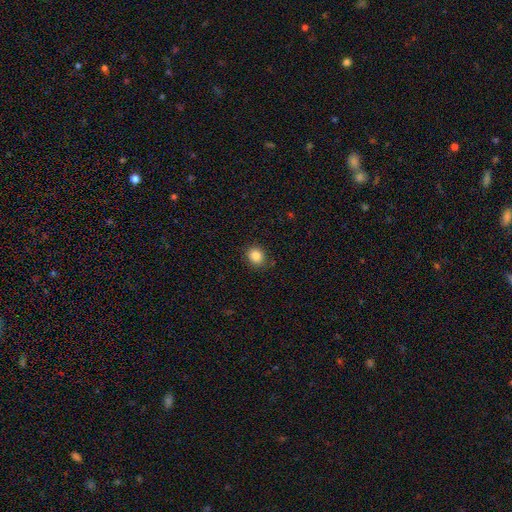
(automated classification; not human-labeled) The model was most divided on "how rounded": round: 72%, in between: 27%, cigar-shaped: 1%. More confident: merging — none (87%); smooth or featured — smooth (86%).